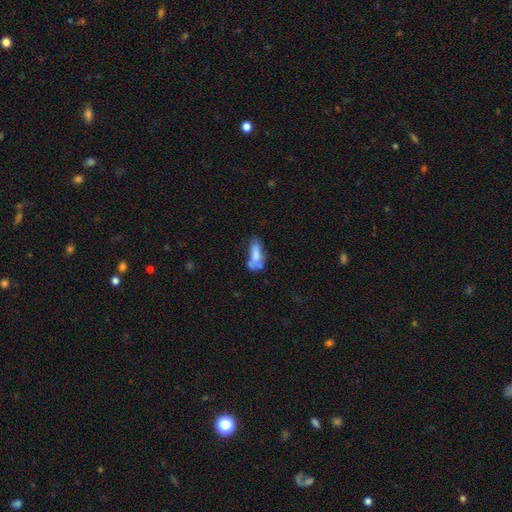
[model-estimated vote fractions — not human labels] smooth 65%, featured or disk 25%, star or artifact 9%. Down the decision tree: how rounded — in between (71%); merging — none (30%).